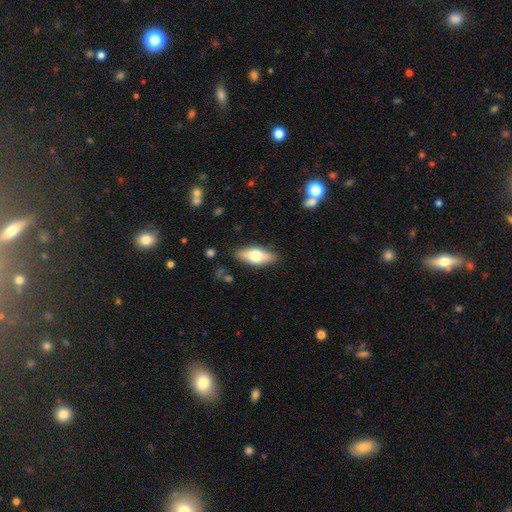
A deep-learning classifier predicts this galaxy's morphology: Smooth or featured: smooth — 62% (featured or disk — 32%)
How rounded: in between — 76% (cigar-shaped — 21%)
Merging: none — 85% (minor disturbance — 11%)